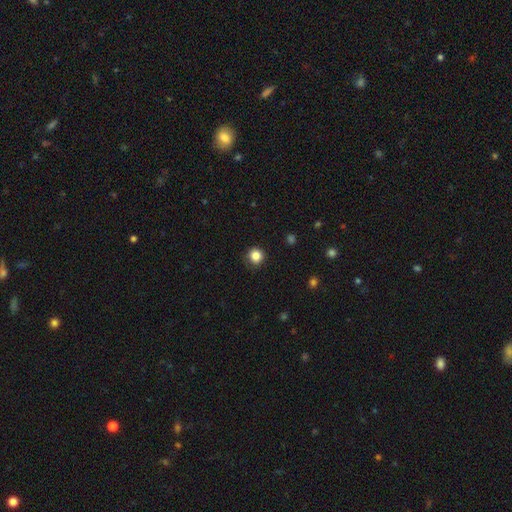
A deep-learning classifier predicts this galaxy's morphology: smooth_or_featured: smooth (p=0.84) [alt: star or artifact p=0.11]
how_rounded: round (p=0.93) [alt: in between p=0.06]
merging: none (p=0.86) [alt: minor disturbance p=0.10]